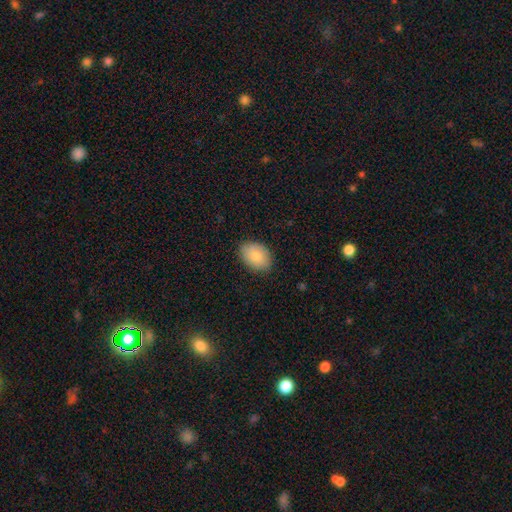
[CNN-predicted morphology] A smooth galaxy with no disk features (86%) that is in between round and cigar-shaped (83%). Merging: none (85%).